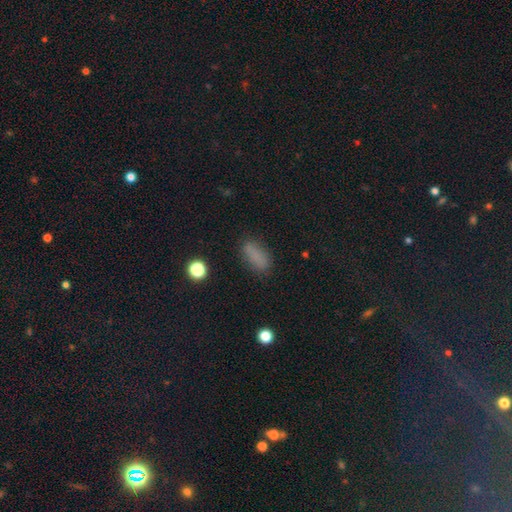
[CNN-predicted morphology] Q: Smooth or featured?
A: smooth (79%); runner-up: star or artifact (14%)
Q: How rounded?
A: in between (74%); runner-up: cigar-shaped (21%)
Q: Merging?
A: none (78%); runner-up: minor disturbance (15%)